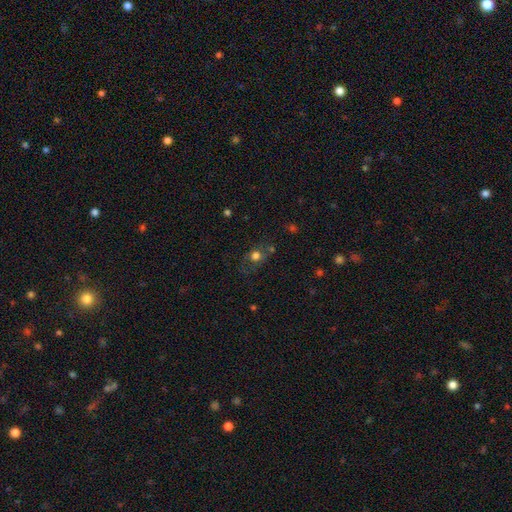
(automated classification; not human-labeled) A smooth galaxy with no disk features (65%) that is round (67%).

Vote fractions:
- Smooth or featured? smooth: 65% / featured or disk: 18% / star or artifact: 18%
- How rounded? round: 67% / in between: 31% / cigar-shaped: 2%
- Merging? none: 62% / minor disturbance: 20% / major disturbance: 11% / merger: 8%